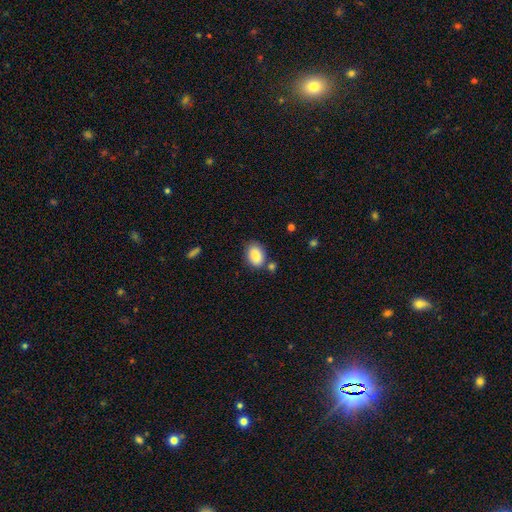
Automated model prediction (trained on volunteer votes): Morphology: type=smooth (84%); roundness=in between (80%); merging=none (71%).